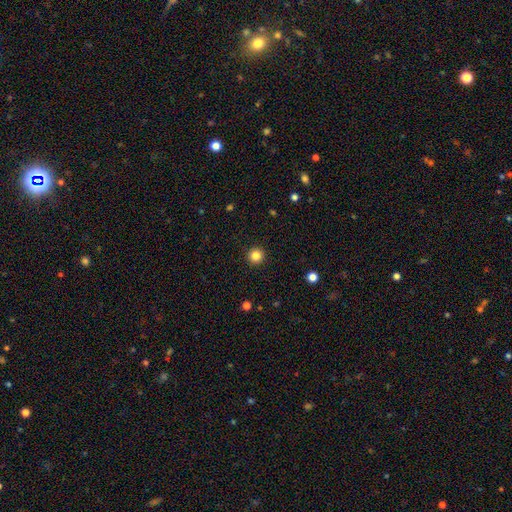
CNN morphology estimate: Smooth or featured? Predicted: smooth (p=0.84). How rounded? Predicted: round (p=0.96). Merging? Predicted: none (p=0.93).